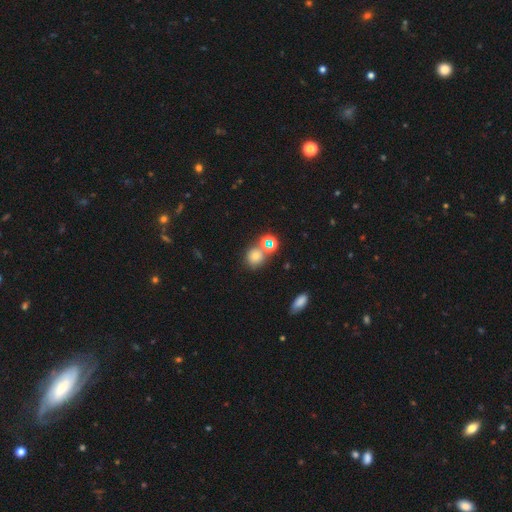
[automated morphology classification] Overall: smooth (66%). How rounded: round (77%). Merging: none (62%).